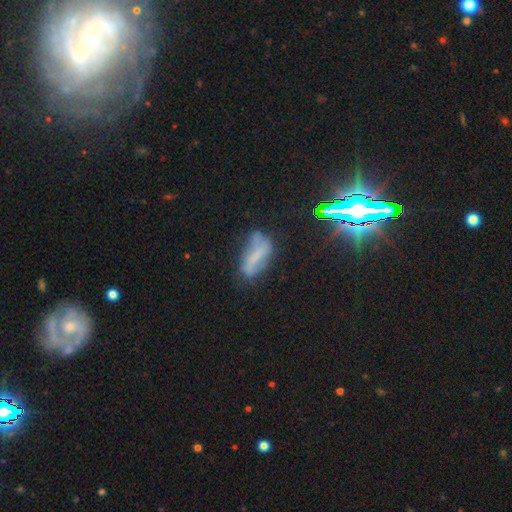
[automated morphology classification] A smooth galaxy with no disk features (42%). Merging: none (48%).